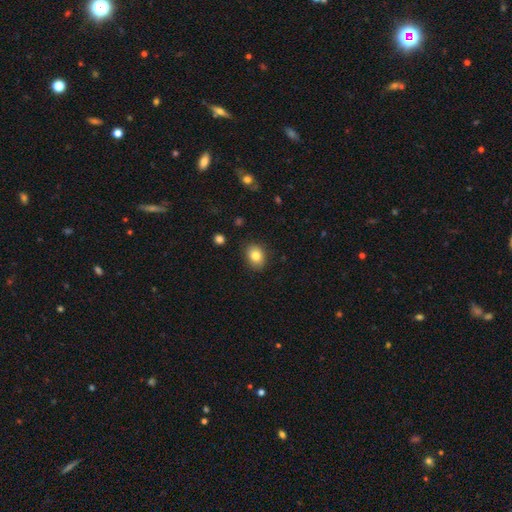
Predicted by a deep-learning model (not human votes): Smooth or featured: smooth — 82% (star or artifact — 9%)
How rounded: in between — 58% (round — 41%)
Merging: none — 86% (minor disturbance — 10%)